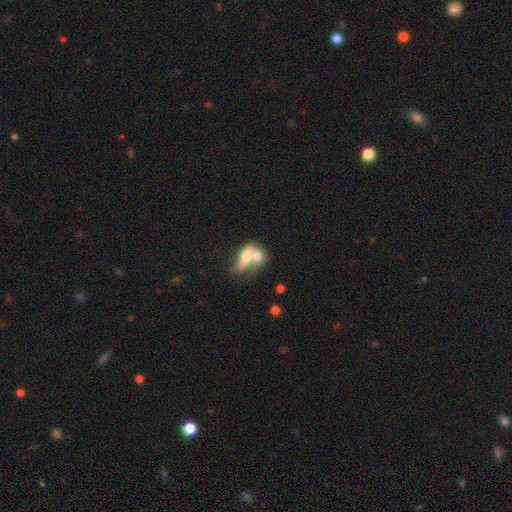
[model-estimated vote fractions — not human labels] Overall: smooth (54%; featured or disk 38%). How rounded: in between (68%). Merging: merger (72%).